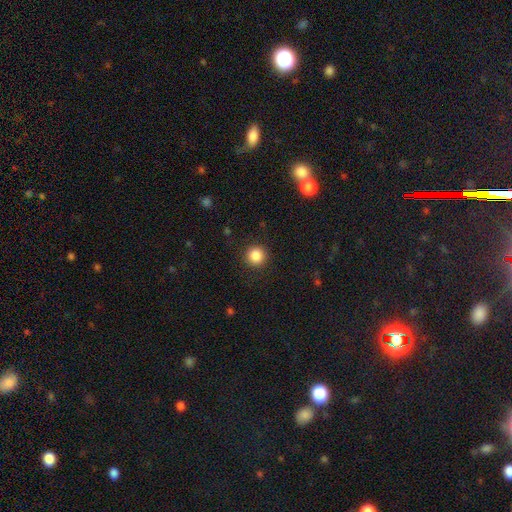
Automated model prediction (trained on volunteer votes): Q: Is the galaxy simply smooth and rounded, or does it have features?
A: smooth — 86%.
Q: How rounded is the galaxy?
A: round — 94%.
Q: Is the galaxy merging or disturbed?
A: none — 91%.